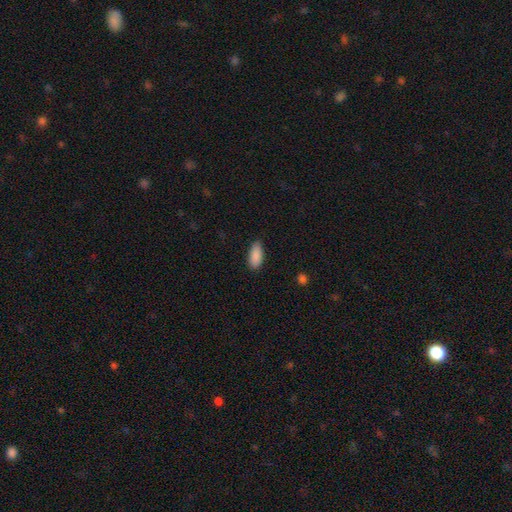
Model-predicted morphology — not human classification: Overall: smooth (90%). How rounded: in between (85%). Merging: none (84%).